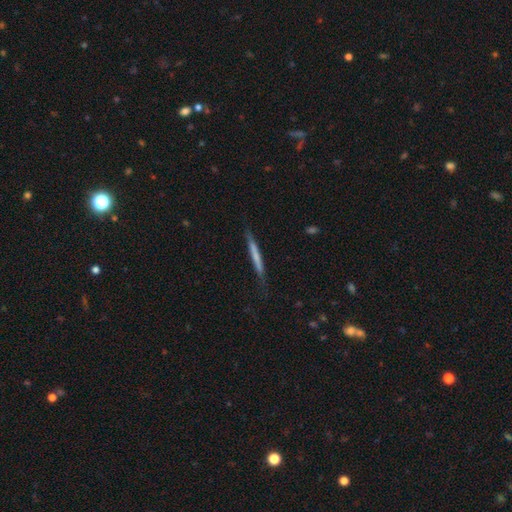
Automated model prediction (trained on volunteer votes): Smooth or featured? Predicted: smooth (p=0.57). How rounded? Predicted: cigar-shaped (p=0.96). Merging? Predicted: none (p=0.77).